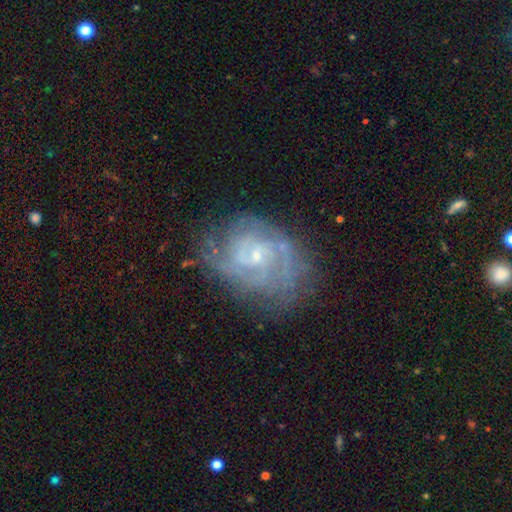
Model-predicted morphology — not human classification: The model was most divided on "spiral arm count": can't tell: 33%, 2: 31%, 3: 16%, 4: 8%, 1: 5%, more than 4: 5%. More confident: edge-on disk — no (97%); spiral arms — yes (92%); smooth or featured — featured or disk (84%); bulge size — small (75%); merging — none (68%); spiral winding — tight (56%); bar — no (53%).